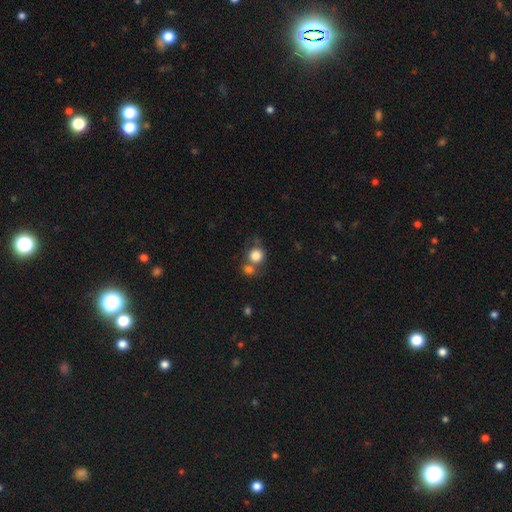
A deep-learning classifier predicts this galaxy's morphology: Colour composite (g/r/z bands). It shows a smooth galaxy with no disk features (82%) that is round (87%). Merging: none (51%).